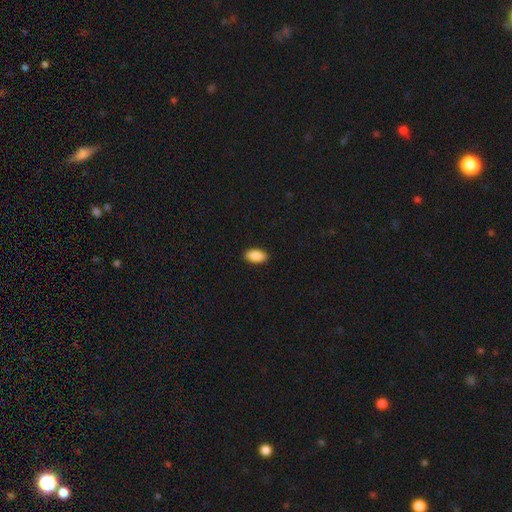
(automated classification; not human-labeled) smooth_or_featured: smooth (p=0.90) [alt: star or artifact p=0.07]
how_rounded: in between (p=0.95) [alt: round p=0.03]
merging: none (p=0.91) [alt: minor disturbance p=0.07]